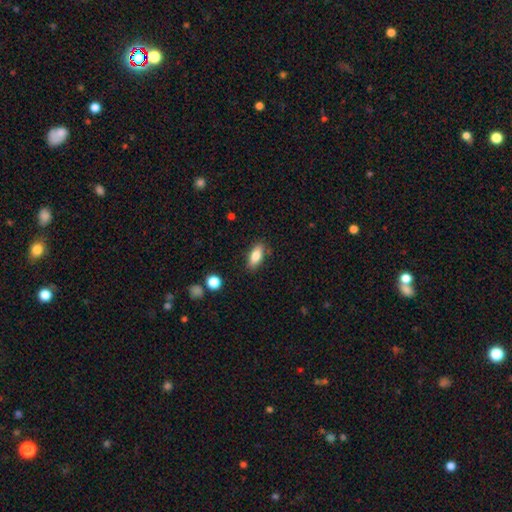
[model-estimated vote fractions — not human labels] The model was most divided on "how rounded": in between: 82%, cigar-shaped: 15%, round: 4%. More confident: merging — none (84%); smooth or featured — smooth (81%).